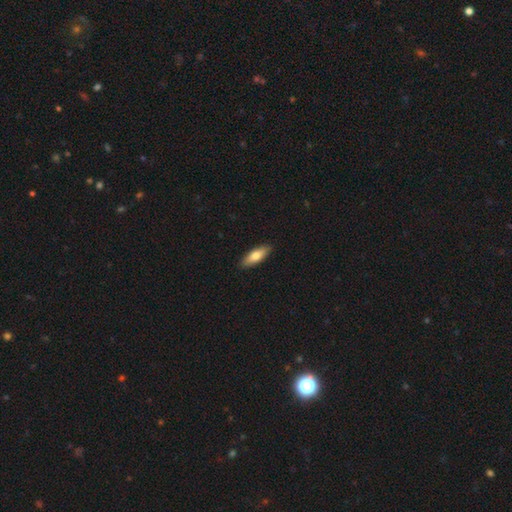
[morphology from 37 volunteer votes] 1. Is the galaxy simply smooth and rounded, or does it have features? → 70% smooth, 24% featured or disk, 5% star or artifact.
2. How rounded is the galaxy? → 62% in between, 38% cigar-shaped, 0% round.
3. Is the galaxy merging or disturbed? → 94% none, 6% minor disturbance, 0% major disturbance, 0% merger.